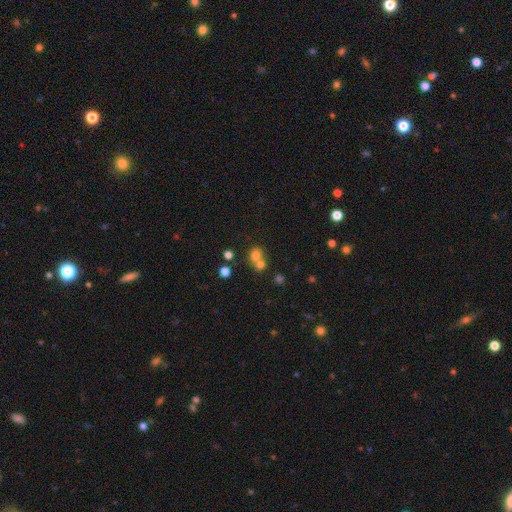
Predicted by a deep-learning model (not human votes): Morphology: type=smooth (73%); roundness=round (79%); merging=merger (52%).